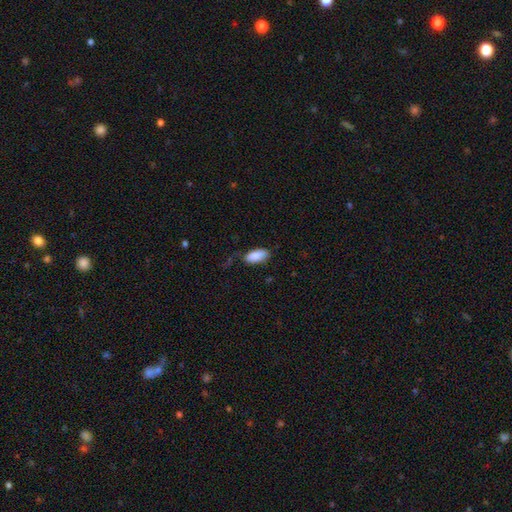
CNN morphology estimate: smooth-or-featured: smooth: 89% | star or artifact: 6% | featured or disk: 4%
  how-rounded: in between: 91% | cigar-shaped: 7% | round: 2%
  merging: none: 73% | minor disturbance: 20% | major disturbance: 5% | merger: 2%